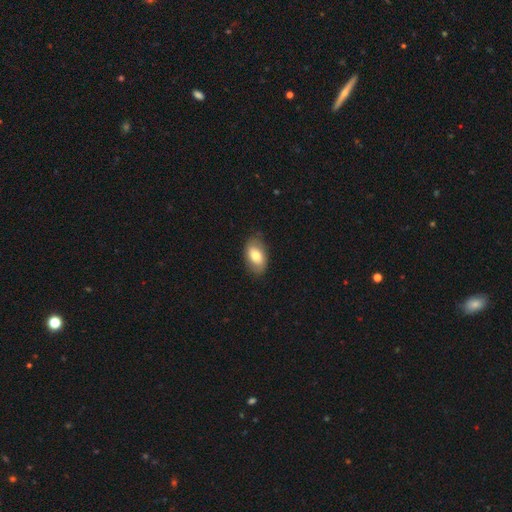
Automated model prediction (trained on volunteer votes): This appears to be a smooth galaxy with no disk features (72%) that is in between round and cigar-shaped (92%). Merging: none (80%).